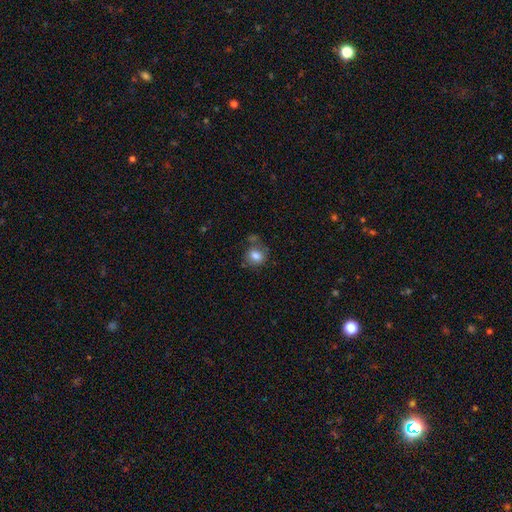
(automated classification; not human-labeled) Smooth or featured? Predicted: smooth (p=0.81). How rounded? Predicted: round (p=0.68). Merging? Predicted: none (p=0.62).